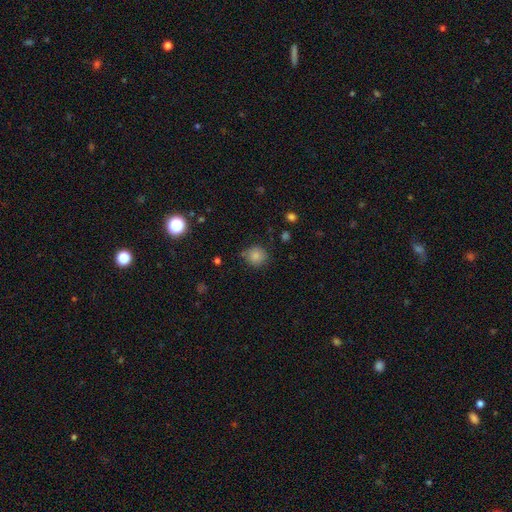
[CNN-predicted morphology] The model was most divided on "merging": none: 80%, minor disturbance: 14%, major disturbance: 3%, merger: 3%. More confident: how rounded — round (89%); smooth or featured — smooth (83%).